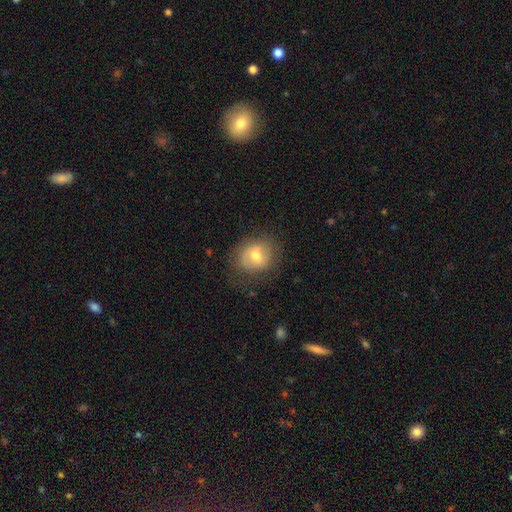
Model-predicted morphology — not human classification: Smooth or featured? Predicted: smooth (p=0.55). How rounded? Predicted: round (p=0.72). Merging? Predicted: none (p=0.74).